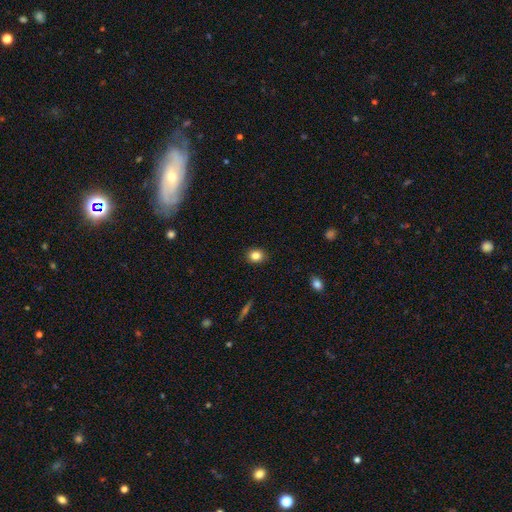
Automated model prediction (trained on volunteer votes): Smooth or featured: smooth — 84% (star or artifact — 10%)
How rounded: round — 64% (in between — 35%)
Merging: none — 90% (minor disturbance — 7%)